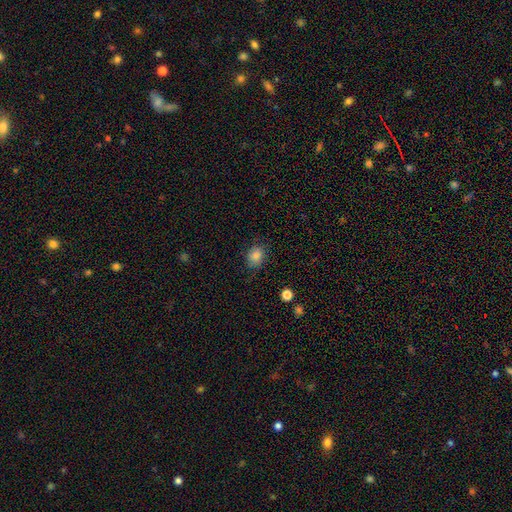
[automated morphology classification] This is clearly a smooth galaxy (82%). How rounded: possibly round (58%). Merging: likely none (80%).